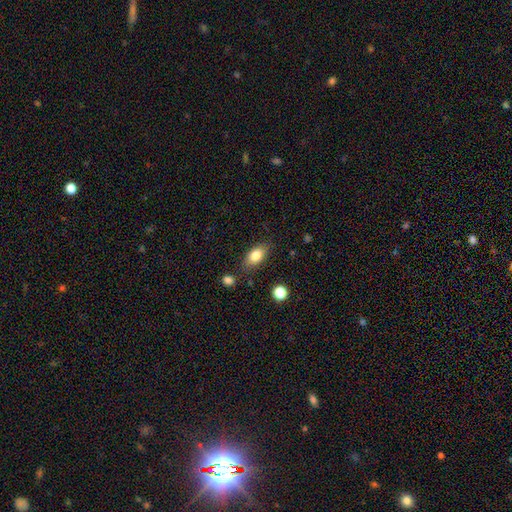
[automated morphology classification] smooth 80%, featured or disk 12%, star or artifact 8%. Down the decision tree: how rounded — in between (87%); merging — none (79%).